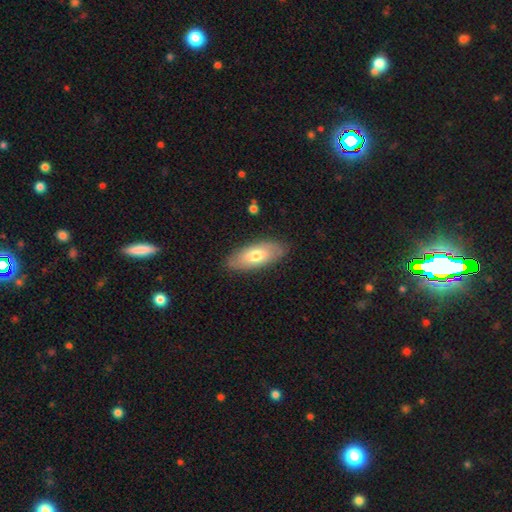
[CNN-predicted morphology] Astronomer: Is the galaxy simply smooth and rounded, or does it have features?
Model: smooth — 65%.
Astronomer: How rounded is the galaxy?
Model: in between — 83%.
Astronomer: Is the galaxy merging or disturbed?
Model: none — 84%.